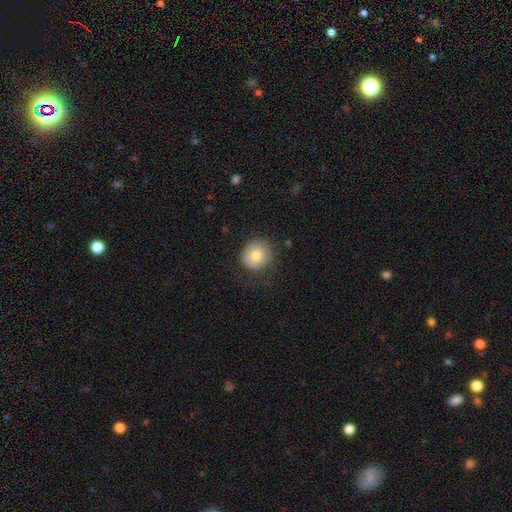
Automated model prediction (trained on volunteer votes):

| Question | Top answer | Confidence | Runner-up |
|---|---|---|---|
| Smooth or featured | smooth | 76% | featured or disk (15%) |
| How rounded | round | 86% | in between (13%) |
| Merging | none | 77% | minor disturbance (16%) |